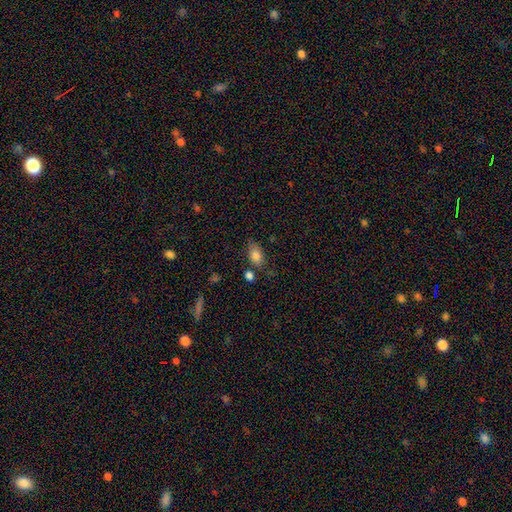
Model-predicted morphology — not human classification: Q: Smooth or featured?
A: smooth (83%); runner-up: star or artifact (9%)
Q: How rounded?
A: in between (88%); runner-up: round (9%)
Q: Merging?
A: none (67%); runner-up: minor disturbance (20%)